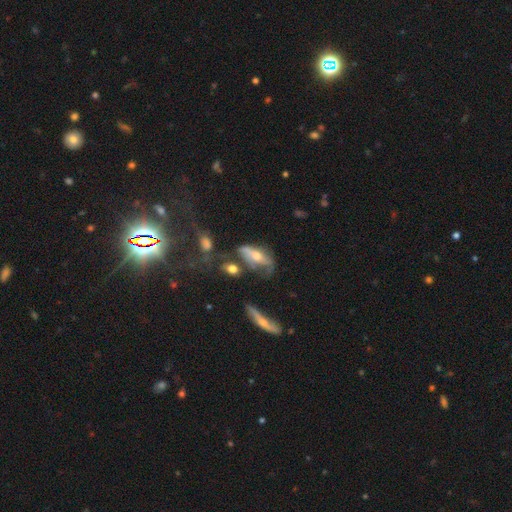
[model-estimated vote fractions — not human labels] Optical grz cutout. It shows a featured or disk galaxy (49%). Merging: major disturbance (31%).